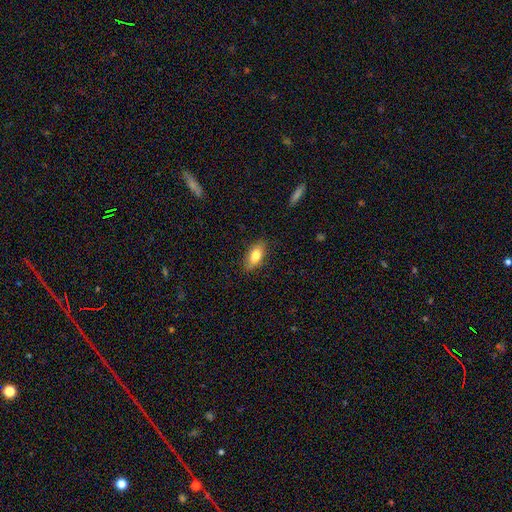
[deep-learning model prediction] A smooth galaxy with no disk features (77%) that is in between round and cigar-shaped (86%).

Vote fractions:
- Smooth or featured? smooth: 77% / featured or disk: 16% / star or artifact: 7%
- How rounded? in between: 86% / cigar-shaped: 10% / round: 4%
- Merging? none: 85% / minor disturbance: 12% / major disturbance: 2% / merger: 1%